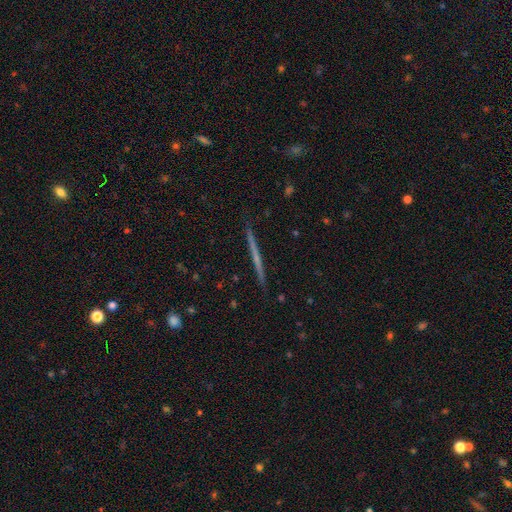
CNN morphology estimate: smooth_or_featured: featured or disk (p=0.61) [alt: smooth p=0.32]
disk_edge_on: yes (p=0.98) [alt: no p=0.02]
edge_on_bulge: none (p=0.81) [alt: rounded p=0.15]
merging: none (p=0.92) [alt: minor disturbance p=0.06]